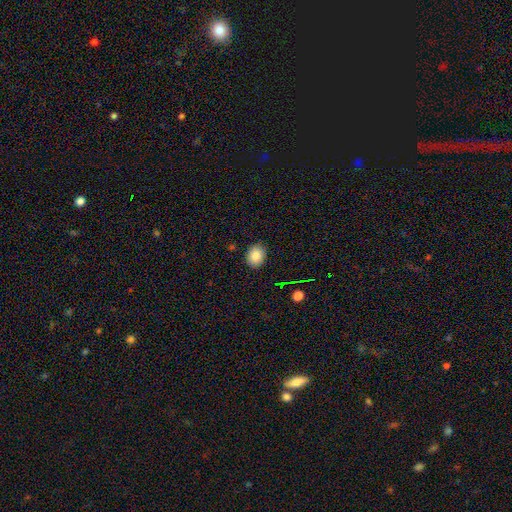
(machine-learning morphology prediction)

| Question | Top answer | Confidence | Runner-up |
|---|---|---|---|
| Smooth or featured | smooth | 86% | star or artifact (9%) |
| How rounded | in between | 55% | round (44%) |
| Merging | none | 86% | minor disturbance (10%) |